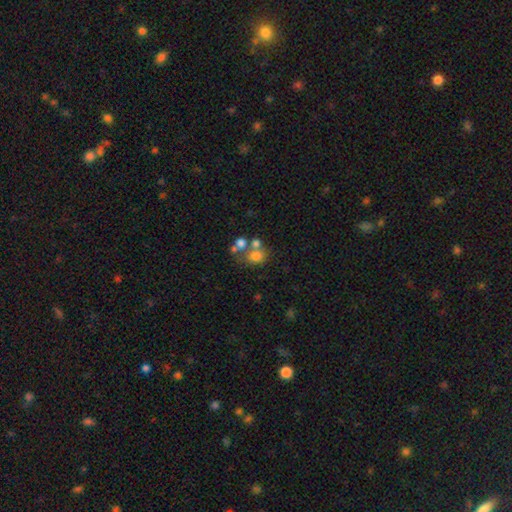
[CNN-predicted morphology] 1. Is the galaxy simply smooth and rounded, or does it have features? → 67% smooth, 18% featured or disk, 15% star or artifact.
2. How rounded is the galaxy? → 65% round, 34% in between, 1% cigar-shaped.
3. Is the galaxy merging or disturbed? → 41% none, 40% merger, 10% minor disturbance, 8% major disturbance.